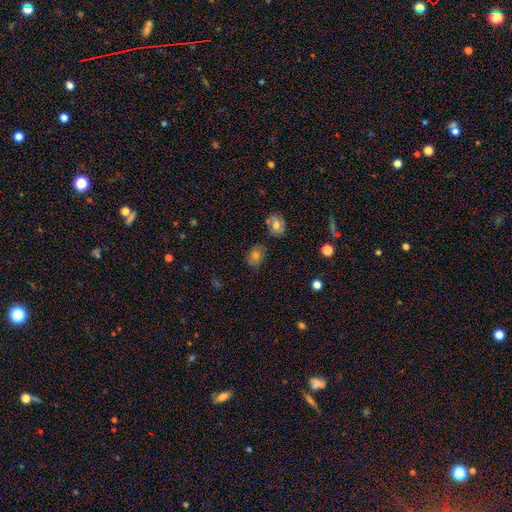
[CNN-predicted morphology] Smooth or featured: smooth — 67% (featured or disk — 19%)
How rounded: round — 55% (in between — 44%)
Merging: none — 76% (minor disturbance — 14%)